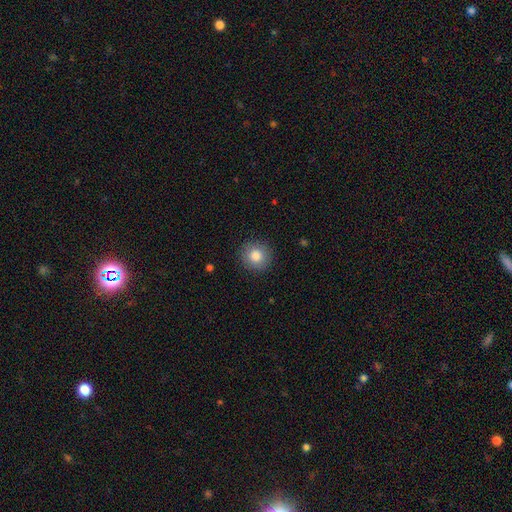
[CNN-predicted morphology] This appears to be a smooth galaxy with no disk features (83%) that is round (93%). Merging: none (91%).